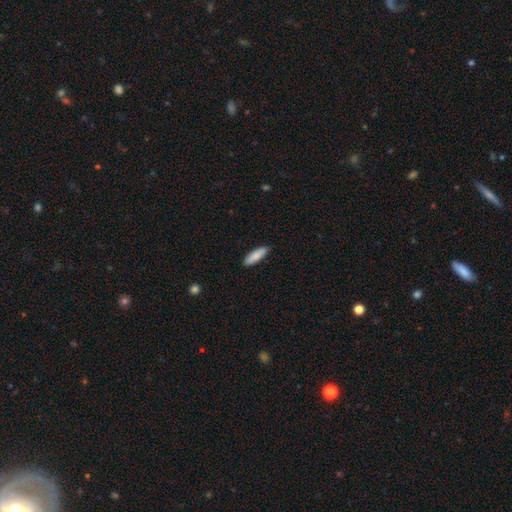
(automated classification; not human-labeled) This is clearly a smooth galaxy (83%). How rounded: possibly cigar-shaped (52%). Merging: clearly none (87%).